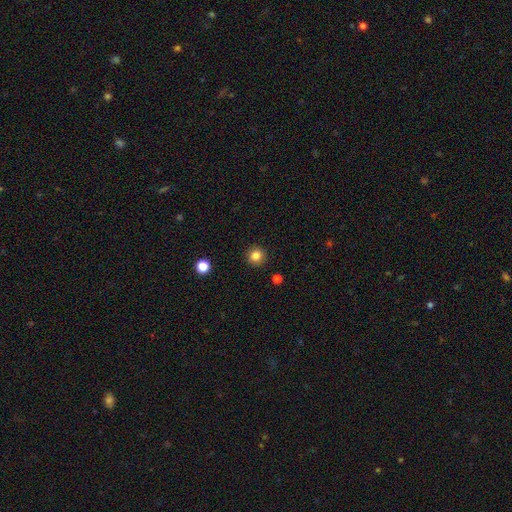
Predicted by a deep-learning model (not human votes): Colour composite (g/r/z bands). It shows a smooth galaxy with no disk features (83%) that is round (94%). Merging: none (92%).